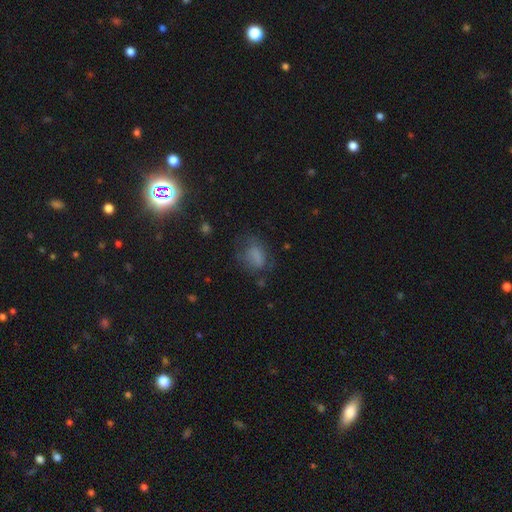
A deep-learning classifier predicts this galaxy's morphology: smooth_or_featured: smooth (p=0.67) [alt: featured or disk p=0.19]
how_rounded: in between (p=0.69) [alt: round p=0.29]
merging: none (p=0.51) [alt: minor disturbance p=0.25]